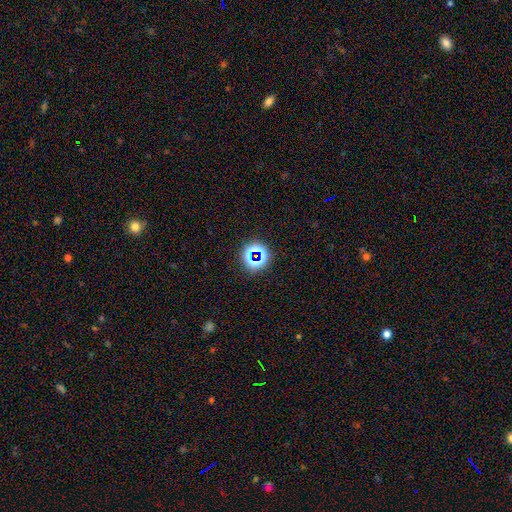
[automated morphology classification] smooth_or_featured: star or artifact (p=0.65) [alt: smooth p=0.25]